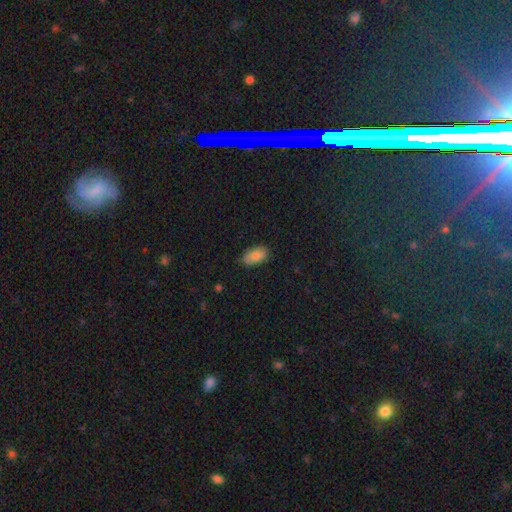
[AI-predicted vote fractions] Smooth or featured: smooth — 82% (featured or disk — 11%)
How rounded: in between — 93% (round — 5%)
Merging: none — 79% (minor disturbance — 17%)